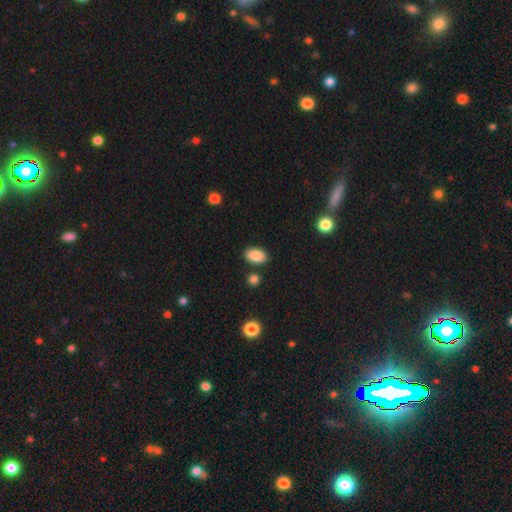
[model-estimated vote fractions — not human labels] Smooth or featured? Predicted: smooth (p=0.88). How rounded? Predicted: in between (p=0.90). Merging? Predicted: none (p=0.84).